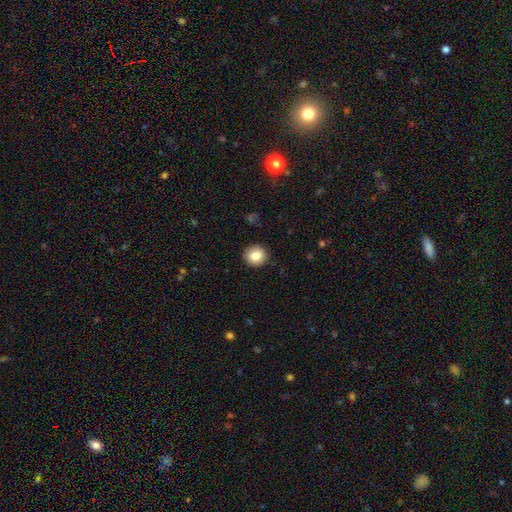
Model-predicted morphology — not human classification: Smooth or featured: smooth — 84% (star or artifact — 9%)
How rounded: round — 89% (in between — 10%)
Merging: none — 91% (minor disturbance — 6%)